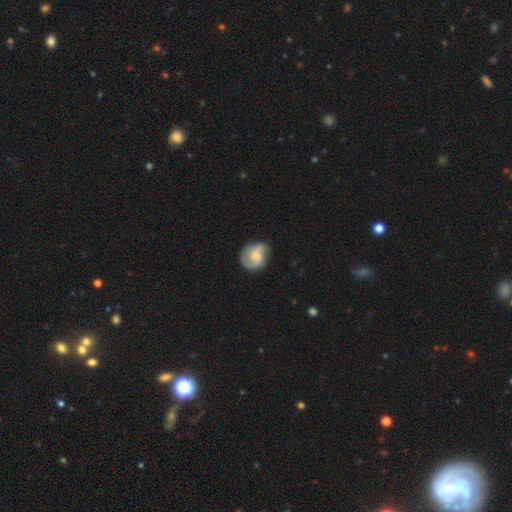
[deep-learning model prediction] Overall: featured or disk (52%; smooth 41%). Edge-on disk: no (97%). Bar: no (60%; weak 33%). Spiral arms: yes (86%). Bulge size: small (36%; moderate 30%). Merging: none (60%; minor disturbance 27%).